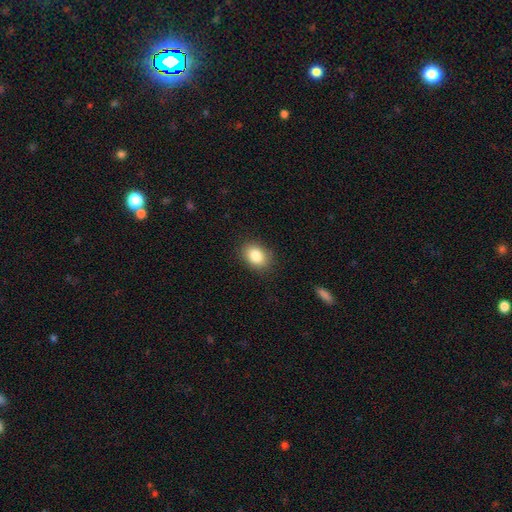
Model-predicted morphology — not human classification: Smooth or featured?
  - smooth: 85% *
  - star or artifact: 8%
  - featured or disk: 7%
How rounded?
  - in between: 72% *
  - round: 27%
  - cigar-shaped: 1%
Merging?
  - none: 87% *
  - minor disturbance: 10%
  - major disturbance: 3%
  - merger: 1%